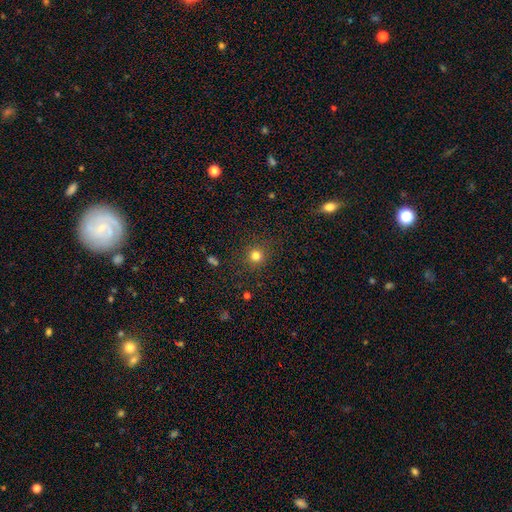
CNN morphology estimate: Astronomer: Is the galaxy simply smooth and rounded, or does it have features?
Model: smooth — 79%.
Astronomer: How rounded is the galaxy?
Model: round — 93%.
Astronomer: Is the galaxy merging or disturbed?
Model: none — 89%.